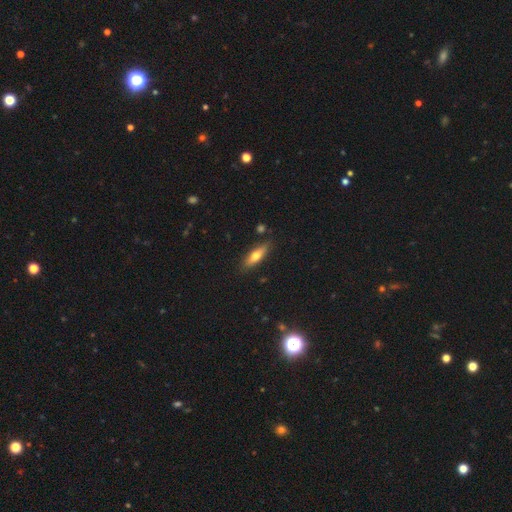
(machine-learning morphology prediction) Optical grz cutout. It shows a smooth galaxy with no disk features (64%) that is cigar-shaped (53%). Merging: none (83%).